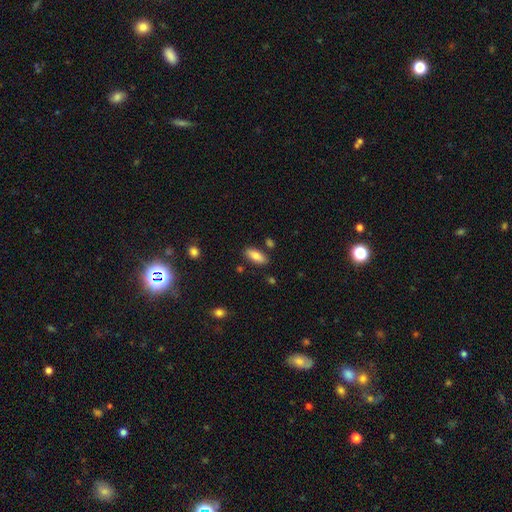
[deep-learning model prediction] Smooth or featured? Predicted: smooth (p=0.79). How rounded? Predicted: in between (p=0.77). Merging? Predicted: none (p=0.83).